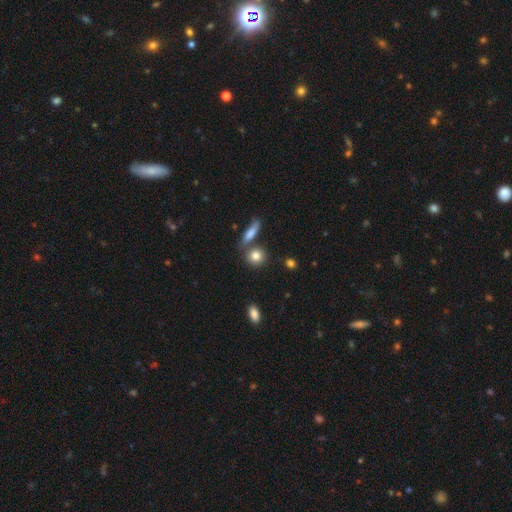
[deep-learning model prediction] smooth_or_featured: smooth (p=0.81) [alt: featured or disk p=0.10]
how_rounded: round (p=0.67) [alt: in between p=0.27]
merging: none (p=0.65) [alt: merger p=0.20]